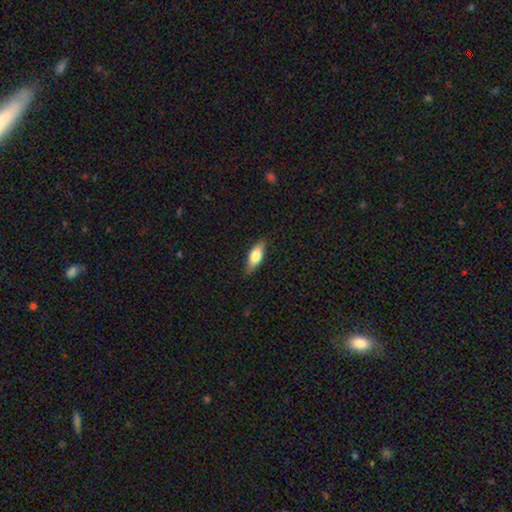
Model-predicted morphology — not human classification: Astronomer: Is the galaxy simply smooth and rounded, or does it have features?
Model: smooth — 69%.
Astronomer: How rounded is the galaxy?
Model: in between — 72%.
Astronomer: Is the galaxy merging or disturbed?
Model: none — 81%.